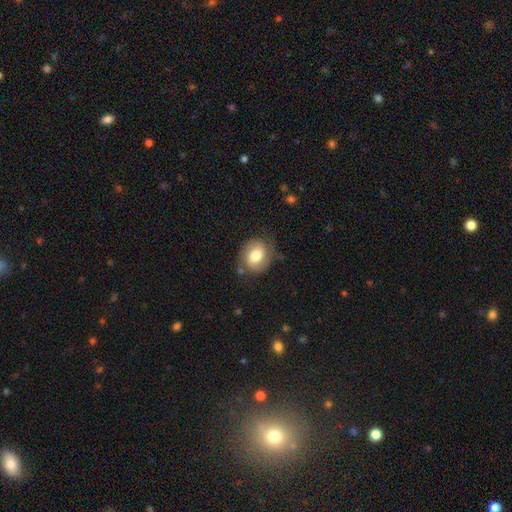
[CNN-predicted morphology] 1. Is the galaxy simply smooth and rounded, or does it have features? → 60% smooth, 32% featured or disk, 8% star or artifact.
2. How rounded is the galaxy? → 57% round, 42% in between, 1% cigar-shaped.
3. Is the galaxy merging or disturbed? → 71% none, 20% minor disturbance, 7% major disturbance, 3% merger.